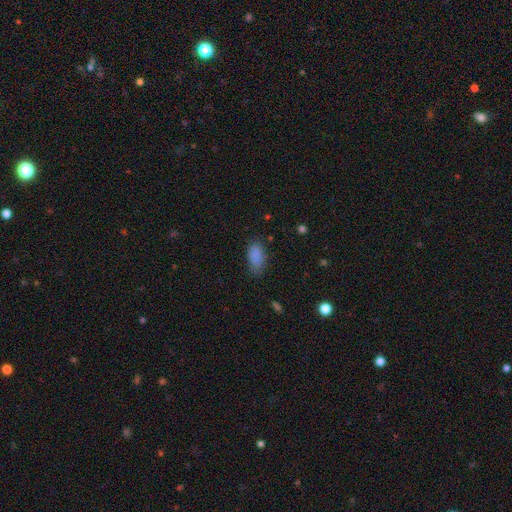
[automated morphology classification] type=smooth (86%); roundness=in between (91%); merging=none (71%).